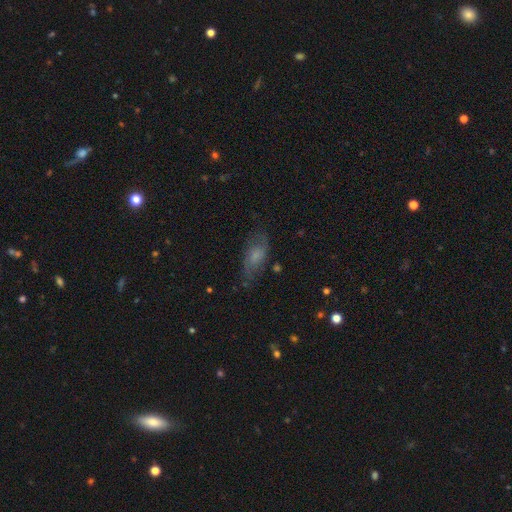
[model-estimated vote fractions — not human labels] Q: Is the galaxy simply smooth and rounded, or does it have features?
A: smooth — 50%.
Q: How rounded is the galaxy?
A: in between — 80%.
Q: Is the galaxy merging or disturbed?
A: none — 66%.